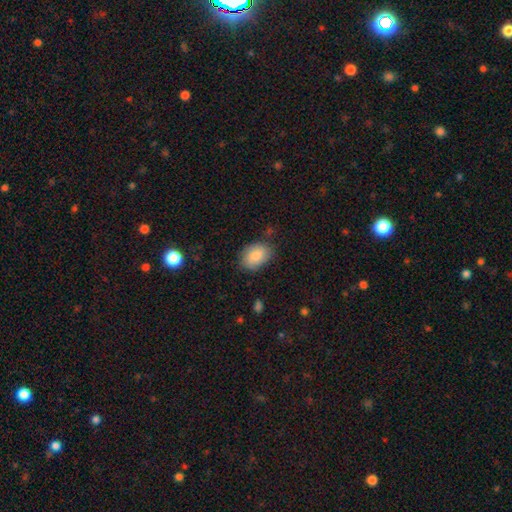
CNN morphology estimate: Smooth or featured? smooth (86%)
How rounded? in between (83%)
Merging? none (78%)